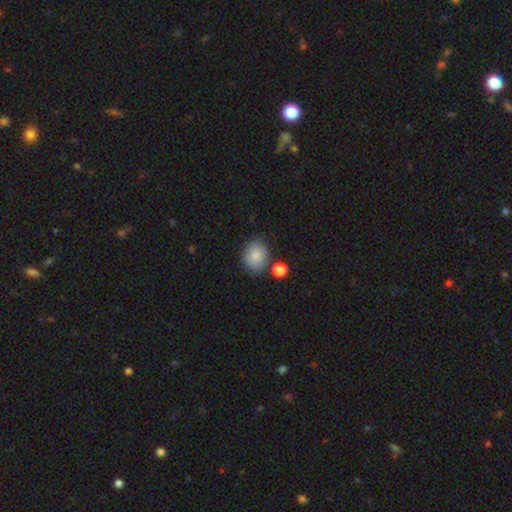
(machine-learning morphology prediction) This is clearly a smooth galaxy (85%). How rounded: possibly round (57%). Merging: likely none (72%).